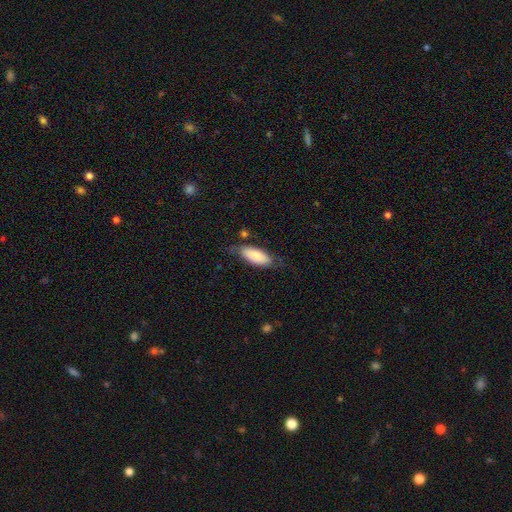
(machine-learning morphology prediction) smooth-or-featured: smooth: 78% | featured or disk: 16% | star or artifact: 6%
  how-rounded: in between: 78% | cigar-shaped: 20% | round: 2%
  merging: none: 65% | minor disturbance: 24% | major disturbance: 7% | merger: 3%